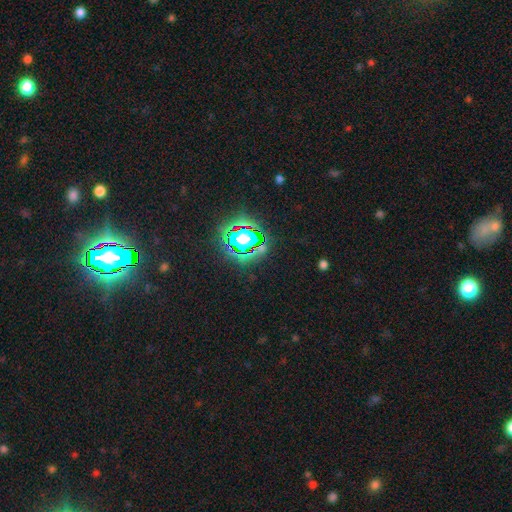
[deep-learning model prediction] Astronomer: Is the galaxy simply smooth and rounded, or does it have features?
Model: star or artifact — 84%.